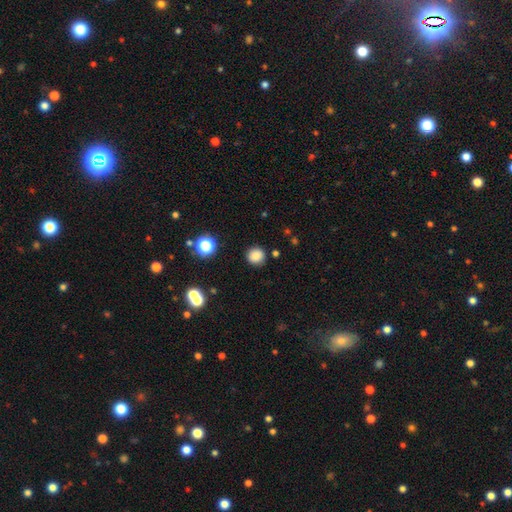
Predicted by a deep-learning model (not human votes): Smooth or featured? Predicted: smooth (p=0.84). How rounded? Predicted: round (p=0.91). Merging? Predicted: none (p=0.88).